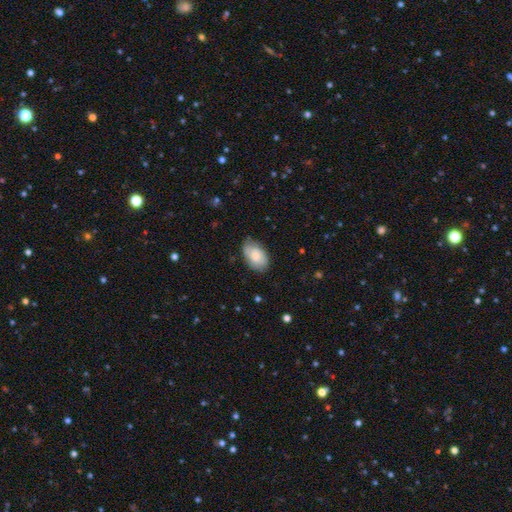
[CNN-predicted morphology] A smooth galaxy with no disk features (71%) that is in between round and cigar-shaped (92%).

Vote fractions:
- Smooth or featured? smooth: 71% / featured or disk: 22% / star or artifact: 7%
- How rounded? in between: 92% / round: 6% / cigar-shaped: 1%
- Merging? none: 71% / minor disturbance: 23% / major disturbance: 5% / merger: 1%